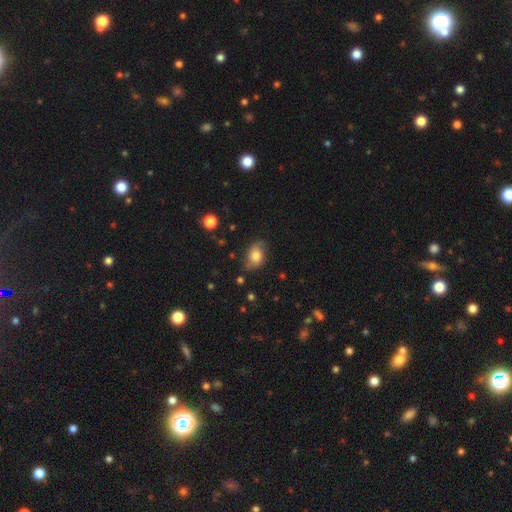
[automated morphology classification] type=smooth (66%); roundness=in between (77%); merging=none (69%).